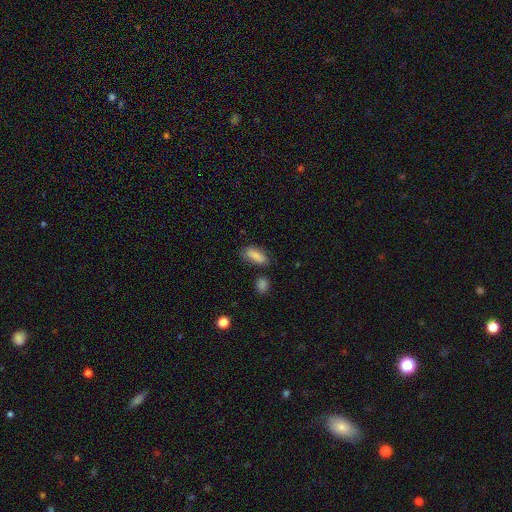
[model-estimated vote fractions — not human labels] This appears to be a smooth galaxy with no disk features (83%) that is in between round and cigar-shaped (78%). Merging: none (71%).